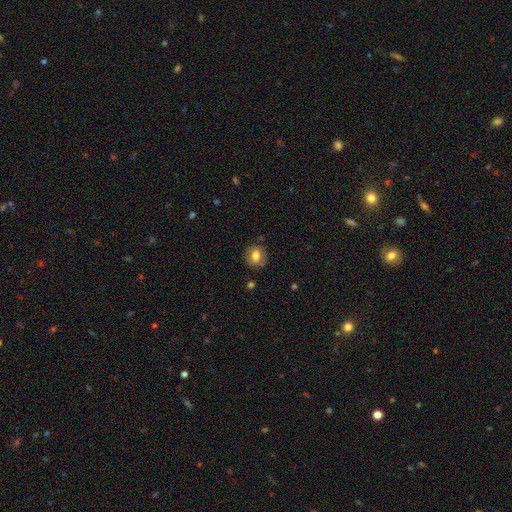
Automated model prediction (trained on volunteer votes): Smooth or featured?
  - smooth: 71% *
  - featured or disk: 20%
  - star or artifact: 9%
How rounded?
  - round: 70% *
  - in between: 29%
  - cigar-shaped: 1%
Merging?
  - none: 83% *
  - minor disturbance: 12%
  - major disturbance: 3%
  - merger: 1%